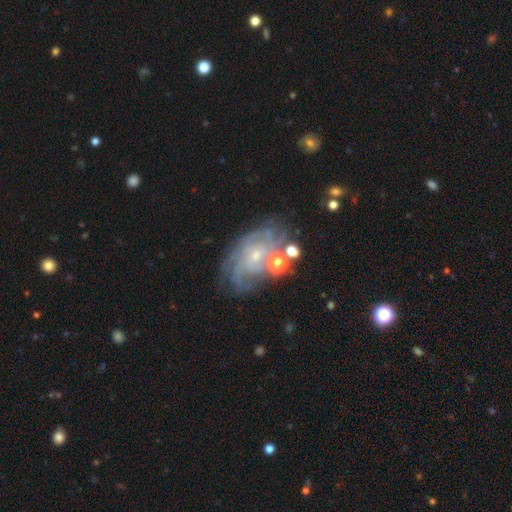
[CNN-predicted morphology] A featured or disk galaxy (78%) with no bar (74%), tight (63%) spiral arms (92%) and a small central bulge (70%). Merging: none (65%).